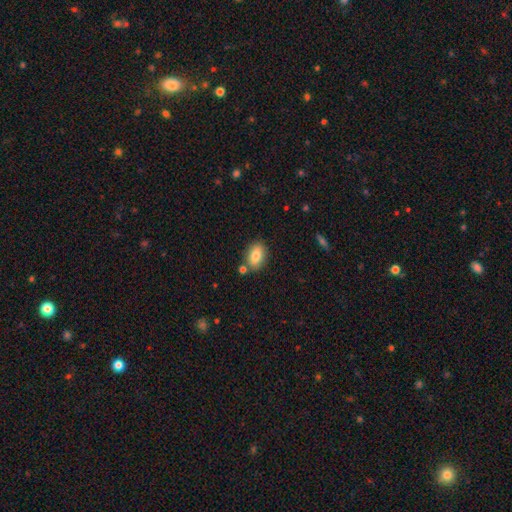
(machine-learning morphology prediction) The model was most divided on "merging": none: 77%, minor disturbance: 11%, merger: 9%, major disturbance: 3%. More confident: how rounded — in between (86%); smooth or featured — smooth (82%).